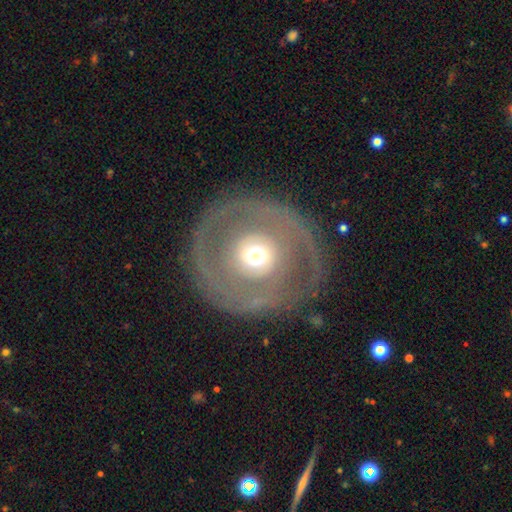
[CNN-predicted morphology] A featured or disk galaxy (68%) with no bar (80%), spiral arms (53%) and a moderate central bulge (58%).

Vote fractions:
- Smooth or featured? featured or disk: 68% / smooth: 23% / star or artifact: 8%
- Edge-on disk? no: 95% / yes: 5%
- Bar? no: 80% / weak: 13% / strong: 6%
- Spiral arms? yes: 53% / no: 47%
- Bulge size? moderate: 58% / large: 22% / small: 14% / dominant: 4% / none: 1%
- Merging? none: 74% / major disturbance: 13% / minor disturbance: 11% / merger: 2%